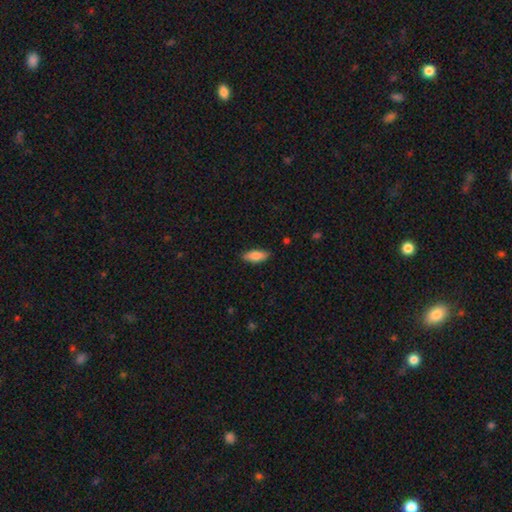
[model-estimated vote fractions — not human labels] smooth 84%, featured or disk 10%, star or artifact 6%. Down the decision tree: how rounded — in between (76%); merging — none (85%).